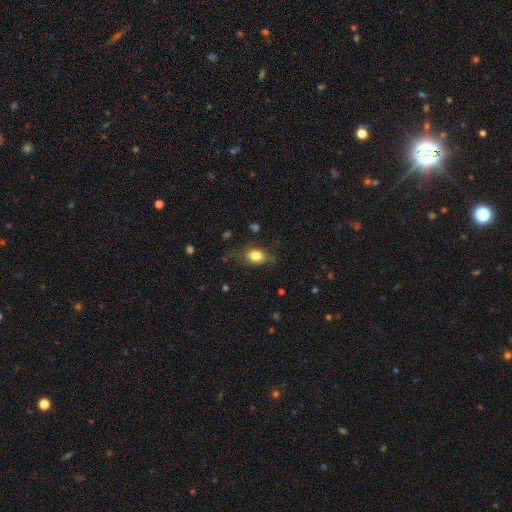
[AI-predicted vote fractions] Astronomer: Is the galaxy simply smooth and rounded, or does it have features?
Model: smooth — 76%.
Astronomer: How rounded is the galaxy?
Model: in between — 70%.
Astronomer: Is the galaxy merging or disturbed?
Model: none — 59%.